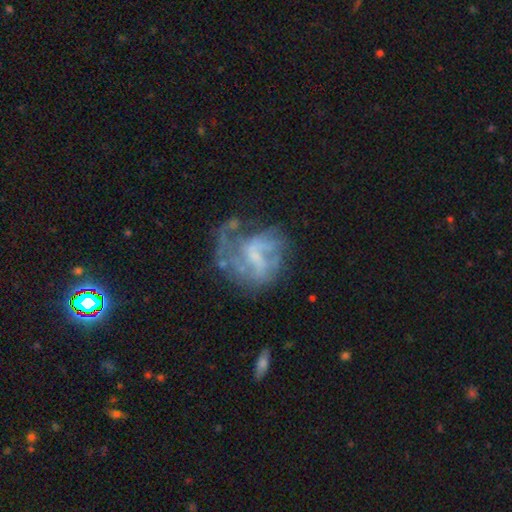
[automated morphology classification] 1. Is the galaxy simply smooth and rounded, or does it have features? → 70% featured or disk, 20% smooth, 10% star or artifact.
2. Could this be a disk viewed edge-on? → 98% no, 2% yes.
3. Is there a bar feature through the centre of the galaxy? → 47% no, 40% weak, 13% strong.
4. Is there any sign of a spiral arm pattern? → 61% yes, 39% no.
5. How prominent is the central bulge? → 47% none, 30% small, 19% moderate, 3% large, 1% dominant.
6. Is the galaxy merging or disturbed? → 38% none, 37% major disturbance, 20% minor disturbance, 5% merger.